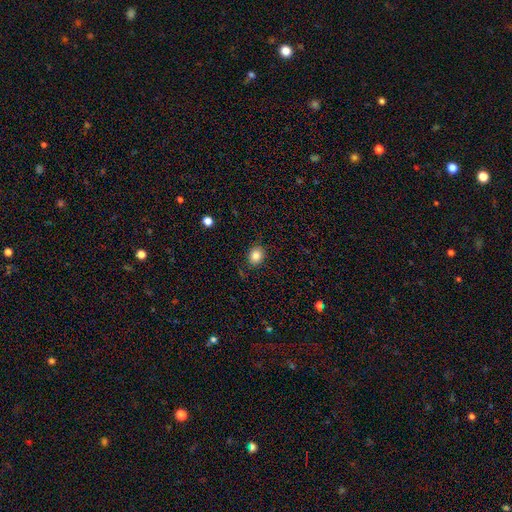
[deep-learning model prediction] A smooth galaxy with no disk features (84%) that is round (62%).

Vote fractions:
- Smooth or featured? smooth: 84% / star or artifact: 10% / featured or disk: 6%
- How rounded? round: 62% / in between: 37% / cigar-shaped: 1%
- Merging? none: 85% / minor disturbance: 11% / major disturbance: 3% / merger: 1%